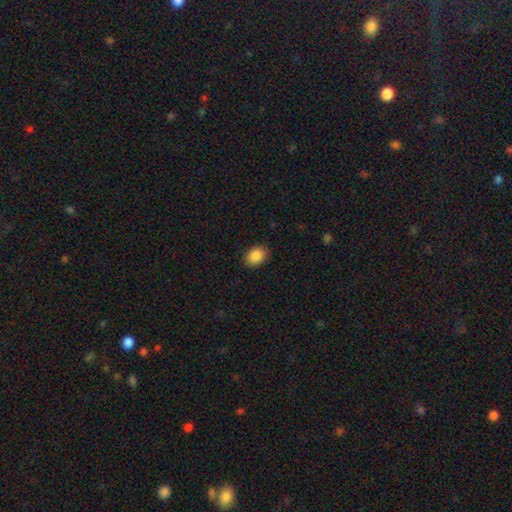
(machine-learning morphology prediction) A smooth galaxy with no disk features (88%) that is in between round and cigar-shaped (72%). Merging: none (88%).